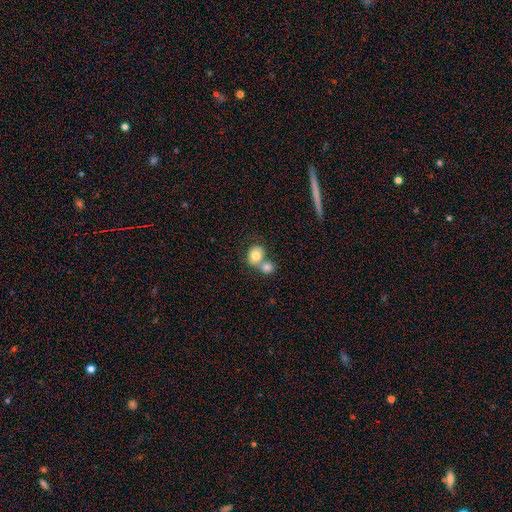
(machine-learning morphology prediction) smooth_or_featured: smooth (p=0.77) [alt: featured or disk p=0.14]
how_rounded: round (p=0.71) [alt: in between p=0.27]
merging: merger (p=0.54) [alt: none p=0.35]